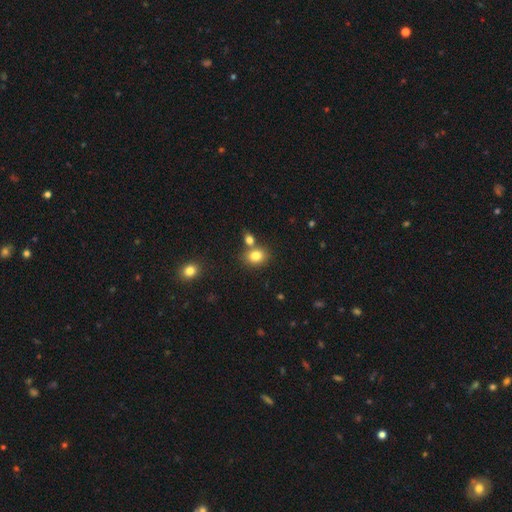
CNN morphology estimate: type=smooth (82%); roundness=in between (51%); merging=none (61%).